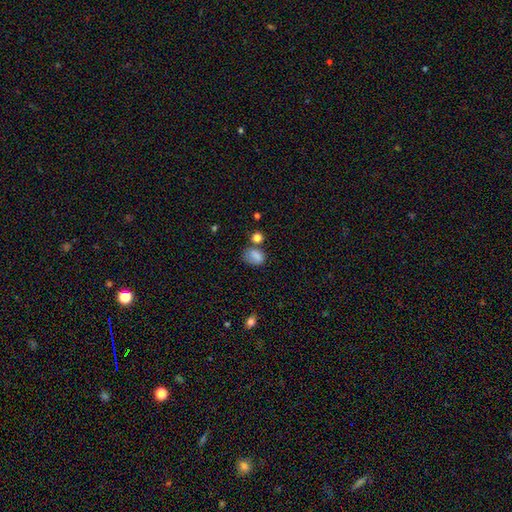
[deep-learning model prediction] This appears to be a smooth galaxy with no disk features (79%) that is in between round and cigar-shaped (67%). Merging: none (47%).